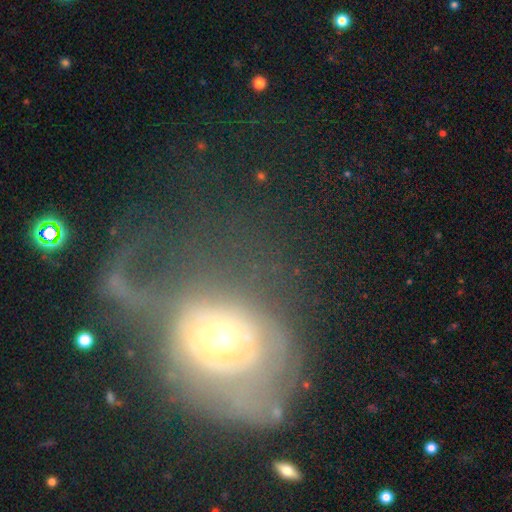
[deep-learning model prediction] A featured or disk galaxy (59%) with no bar (76%), spiral arms (56%) and a moderate central bulge (62%).

Vote fractions:
- Smooth or featured? featured or disk: 59% / smooth: 27% / star or artifact: 14%
- Edge-on disk? no: 94% / yes: 6%
- Bar? no: 76% / weak: 16% / strong: 8%
- Spiral arms? yes: 56% / no: 44%
- Bulge size? moderate: 62% / small: 25% / large: 8% / dominant: 3% / none: 2%
- Merging? major disturbance: 38% / none: 37% / minor disturbance: 14% / merger: 11%